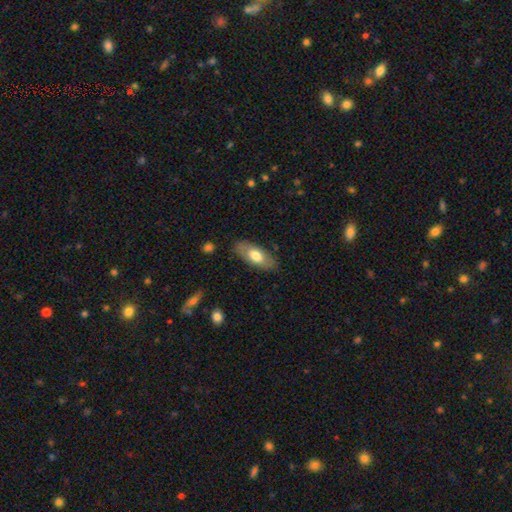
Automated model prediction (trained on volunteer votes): The model was most divided on "smooth or featured": smooth: 65%, featured or disk: 29%, star or artifact: 6%. More confident: how rounded — in between (86%); merging — none (82%).